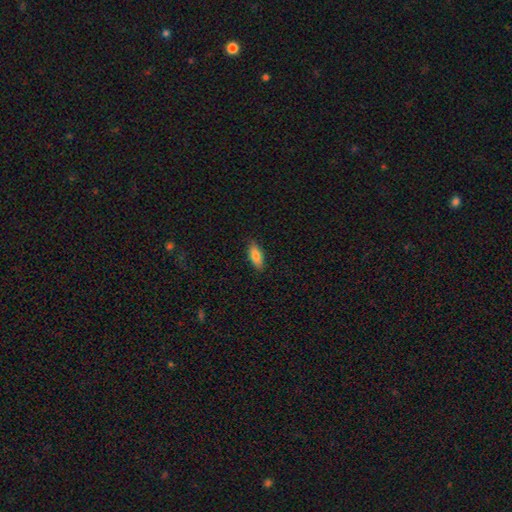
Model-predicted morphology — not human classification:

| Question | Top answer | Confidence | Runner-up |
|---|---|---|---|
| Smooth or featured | smooth | 84% | featured or disk (9%) |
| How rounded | in between | 77% | cigar-shaped (21%) |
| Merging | none | 86% | minor disturbance (11%) |